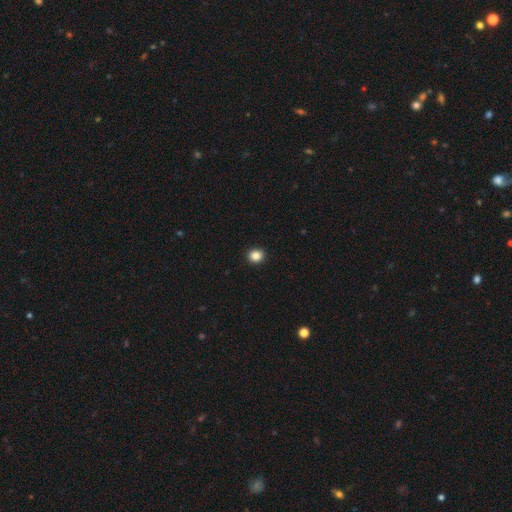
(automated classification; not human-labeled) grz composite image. It shows a smooth galaxy with no disk features (86%) that is round (80%). Merging: none (93%).